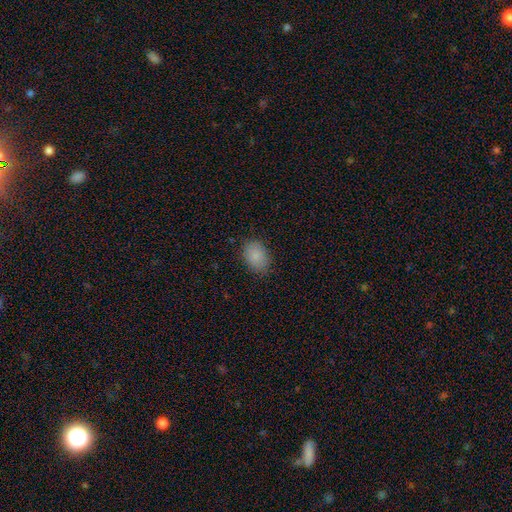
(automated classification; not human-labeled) Smooth or featured? Predicted: smooth (p=0.87). How rounded? Predicted: in between (p=0.73). Merging? Predicted: none (p=0.83).